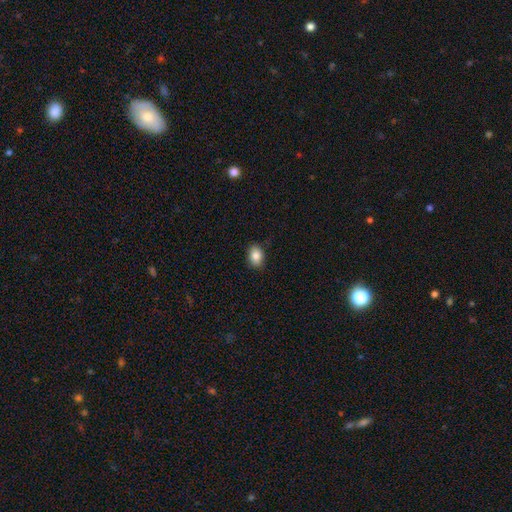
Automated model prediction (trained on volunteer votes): A smooth galaxy with no disk features (85%) that is in between round and cigar-shaped (75%).

Vote fractions:
- Smooth or featured? smooth: 85% / star or artifact: 9% / featured or disk: 6%
- How rounded? in between: 75% / round: 24% / cigar-shaped: 1%
- Merging? none: 85% / minor disturbance: 12% / major disturbance: 2% / merger: 1%